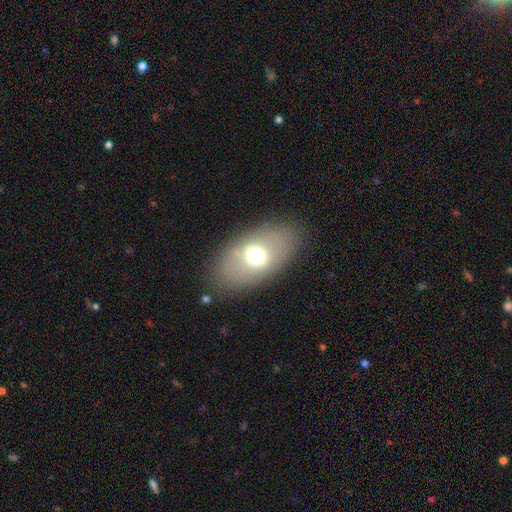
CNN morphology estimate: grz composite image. It shows a smooth galaxy with no disk features (59%) that is in between round and cigar-shaped (87%). Merging: none (82%).